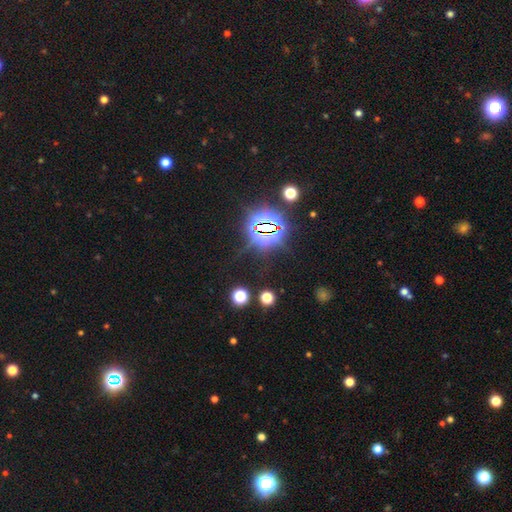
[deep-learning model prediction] smooth-or-featured: star or artifact: 83% | smooth: 10% | featured or disk: 6%